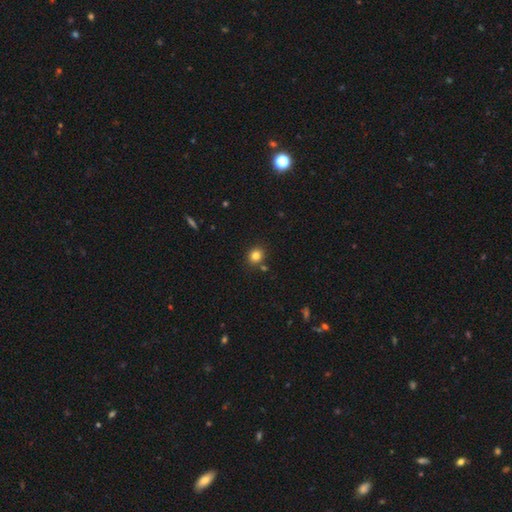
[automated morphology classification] Smooth or featured: smooth — 82% (star or artifact — 12%)
How rounded: round — 75% (in between — 24%)
Merging: none — 82% (minor disturbance — 9%)